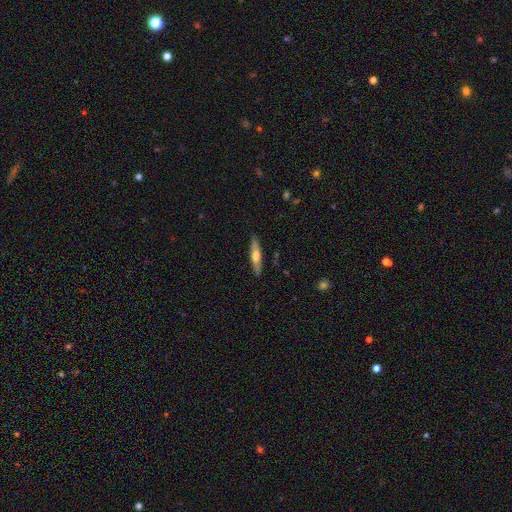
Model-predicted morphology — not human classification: This is possibly a smooth galaxy (50%). Merging: clearly none (89%).